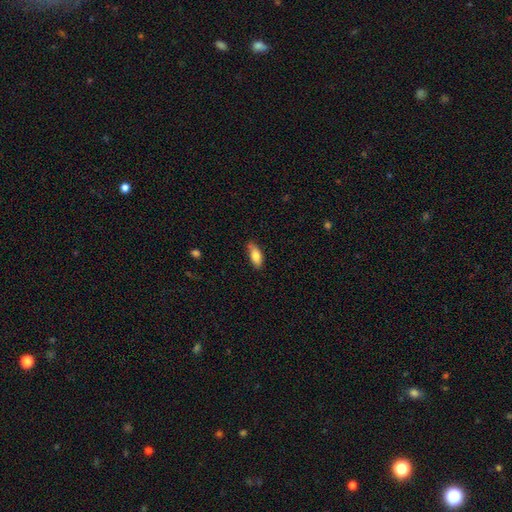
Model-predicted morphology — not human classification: smooth-or-featured: smooth: 82% | featured or disk: 12% | star or artifact: 6%
  how-rounded: in between: 81% | cigar-shaped: 17% | round: 2%
  merging: none: 74% | minor disturbance: 21% | major disturbance: 3% | merger: 2%